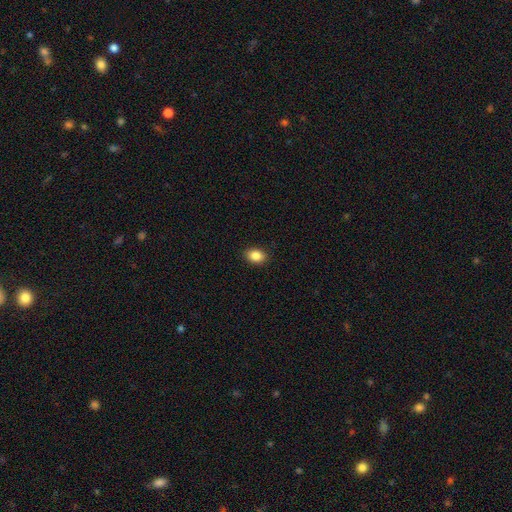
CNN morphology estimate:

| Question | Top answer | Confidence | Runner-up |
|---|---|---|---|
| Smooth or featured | smooth | 86% | star or artifact (9%) |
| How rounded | in between | 71% | round (28%) |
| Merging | none | 90% | minor disturbance (7%) |